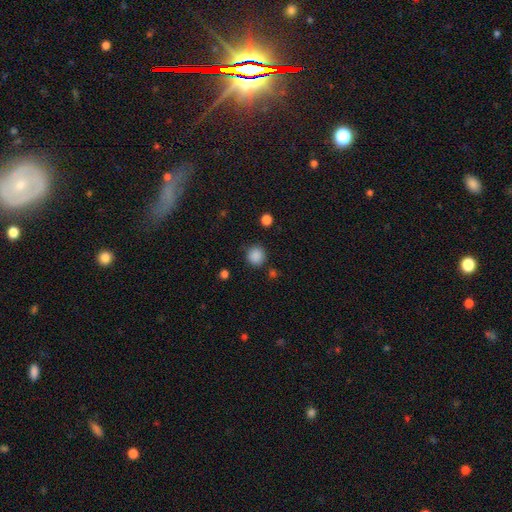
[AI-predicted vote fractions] Overall: smooth (87%). How rounded: round (91%). Merging: none (85%).